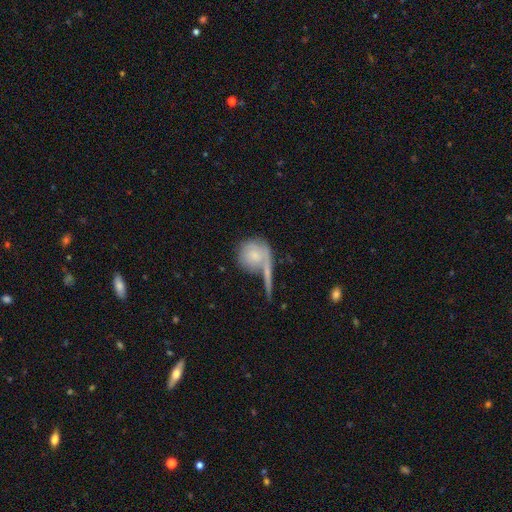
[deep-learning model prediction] A smooth galaxy with no disk features (66%) that is round (85%).

Vote fractions:
- Smooth or featured? smooth: 66% / featured or disk: 27% / star or artifact: 7%
- How rounded? round: 85% / in between: 11% / cigar-shaped: 3%
- Merging? none: 47% / merger: 27% / minor disturbance: 16% / major disturbance: 10%